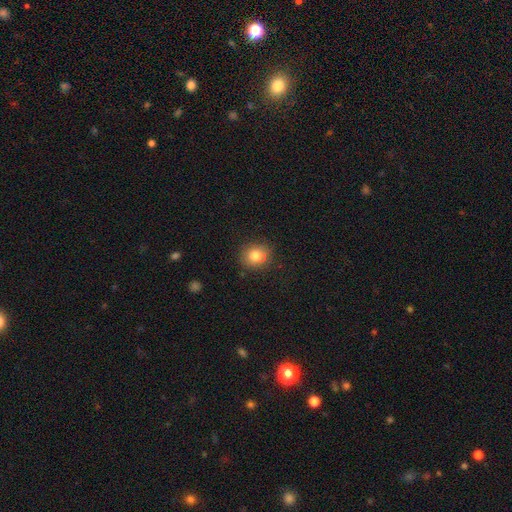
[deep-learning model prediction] Smooth or featured? smooth (81%)
How rounded? round (80%)
Merging? none (84%)